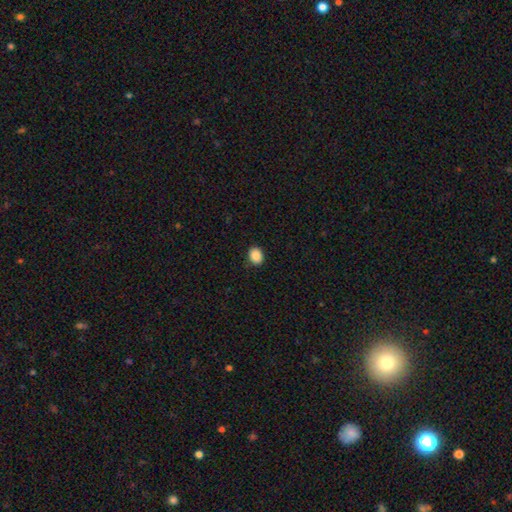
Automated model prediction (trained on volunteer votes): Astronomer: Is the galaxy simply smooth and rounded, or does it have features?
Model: smooth — 88%.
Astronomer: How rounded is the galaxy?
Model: round — 53% (runner-up: in between, 46%).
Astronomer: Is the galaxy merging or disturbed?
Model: none — 89%.